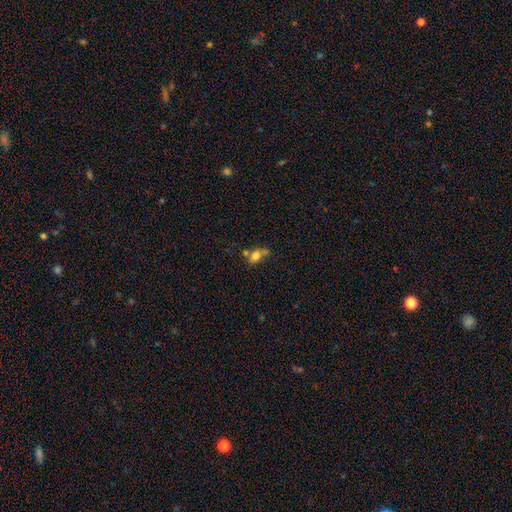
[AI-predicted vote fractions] This appears to be a smooth galaxy with no disk features (71%) that is in between round and cigar-shaped (70%). Merging: merger (41%).